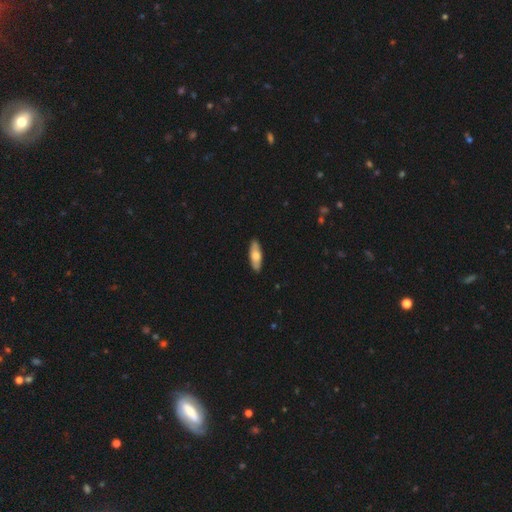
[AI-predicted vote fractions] smooth 67%, featured or disk 28%, star or artifact 5%. Down the decision tree: how rounded — in between (58%); merging — none (89%).